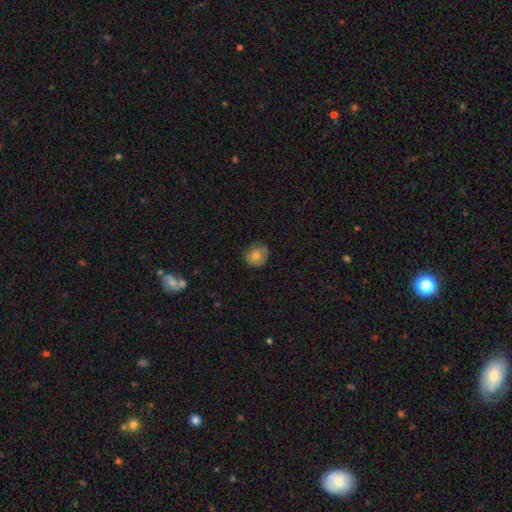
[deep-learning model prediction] smooth 74%, featured or disk 16%, star or artifact 10%. Down the decision tree: how rounded — round (81%); merging — none (81%).